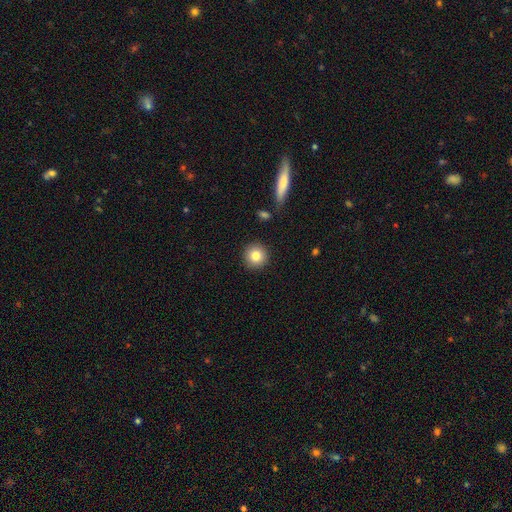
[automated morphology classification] A smooth galaxy with no disk features (83%) that is round (94%).

Vote fractions:
- Smooth or featured? smooth: 83% / star or artifact: 9% / featured or disk: 8%
- How rounded? round: 94% / in between: 5% / cigar-shaped: 1%
- Merging? none: 90% / minor disturbance: 6% / major disturbance: 2% / merger: 2%